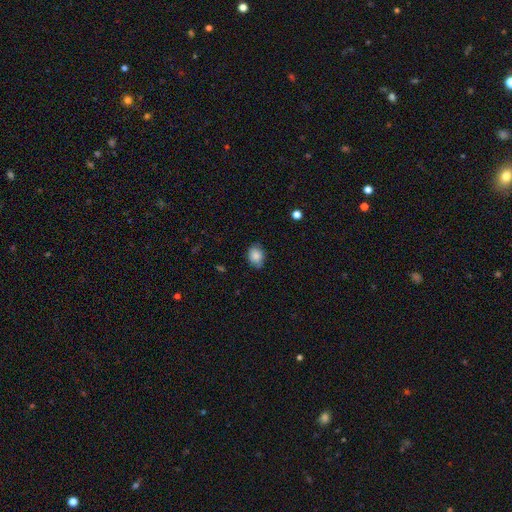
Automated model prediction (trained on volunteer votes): A smooth galaxy with no disk features (84%) that is in between round and cigar-shaped (59%).

Vote fractions:
- Smooth or featured? smooth: 84% / star or artifact: 8% / featured or disk: 8%
- How rounded? in between: 59% / round: 40% / cigar-shaped: 1%
- Merging? none: 76% / minor disturbance: 19% / major disturbance: 3% / merger: 1%